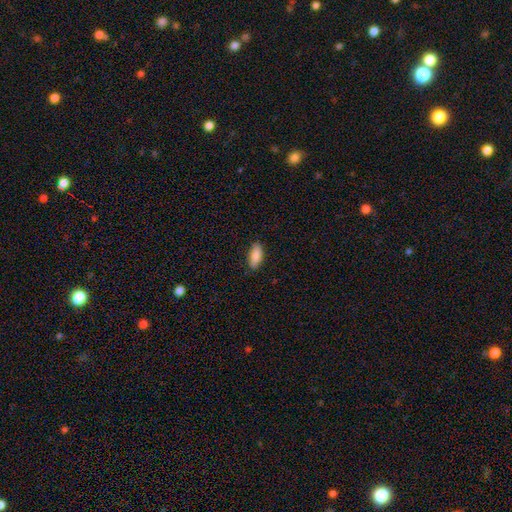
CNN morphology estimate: smooth 88%, star or artifact 6%, featured or disk 6%. Down the decision tree: how rounded — in between (79%); merging — none (86%).